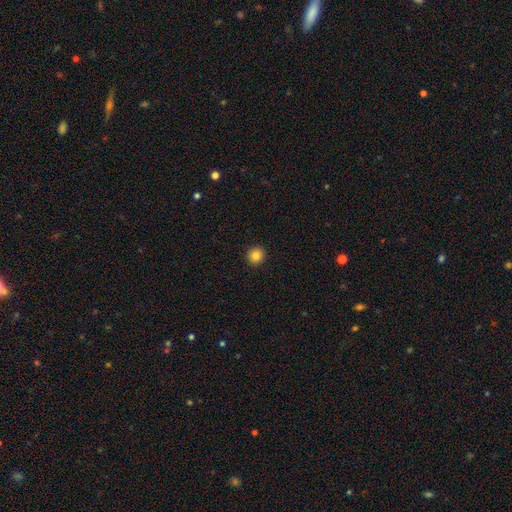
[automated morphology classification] A smooth galaxy with no disk features (84%) that is round (95%).

Vote fractions:
- Smooth or featured? smooth: 84% / star or artifact: 11% / featured or disk: 5%
- How rounded? round: 95% / in between: 4% / cigar-shaped: 1%
- Merging? none: 93% / minor disturbance: 4% / major disturbance: 1% / merger: 1%